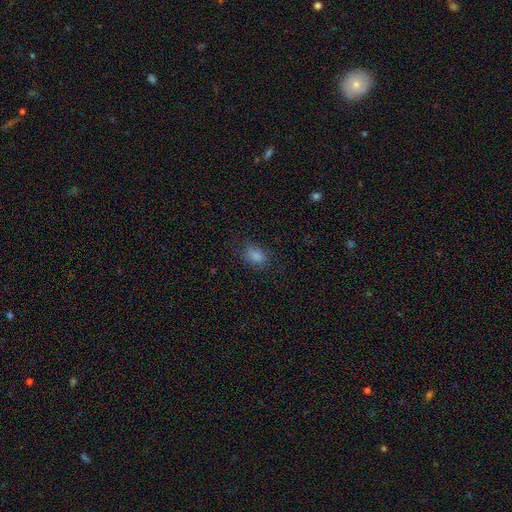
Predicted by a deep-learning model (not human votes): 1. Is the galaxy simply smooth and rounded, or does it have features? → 82% smooth, 12% star or artifact, 6% featured or disk.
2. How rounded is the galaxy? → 78% in between, 20% round, 2% cigar-shaped.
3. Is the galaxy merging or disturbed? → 70% none, 20% minor disturbance, 8% major disturbance, 1% merger.